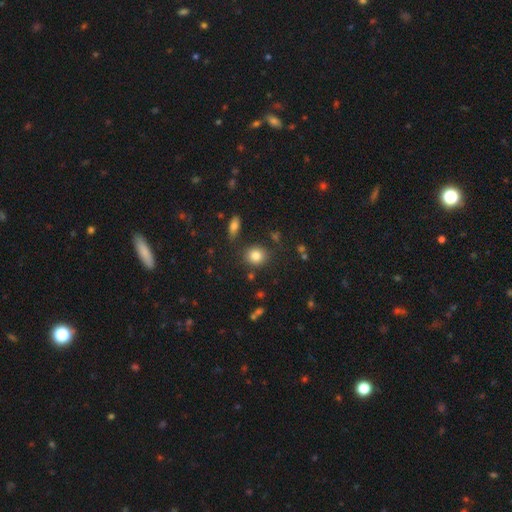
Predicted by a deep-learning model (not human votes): Overall: smooth (83%). How rounded: round (80%). Merging: none (83%).